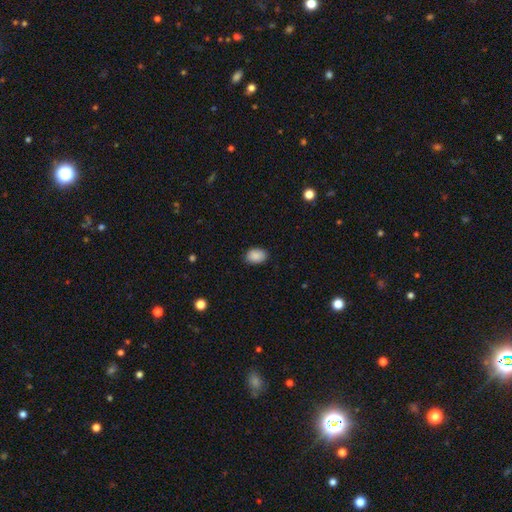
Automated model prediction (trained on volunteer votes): Q: Smooth or featured?
A: smooth (89%); runner-up: star or artifact (8%)
Q: How rounded?
A: in between (79%); runner-up: round (20%)
Q: Merging?
A: none (86%); runner-up: minor disturbance (10%)